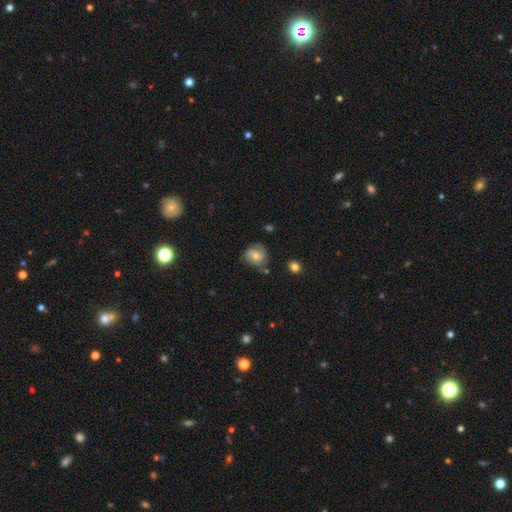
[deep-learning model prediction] The model was most divided on "smooth or featured": featured or disk: 55%, smooth: 36%, star or artifact: 9%. More confident: edge-on disk — no (97%); spiral arms — yes (87%); bar — no (69%); merging — none (65%); bulge size — moderate (57%).